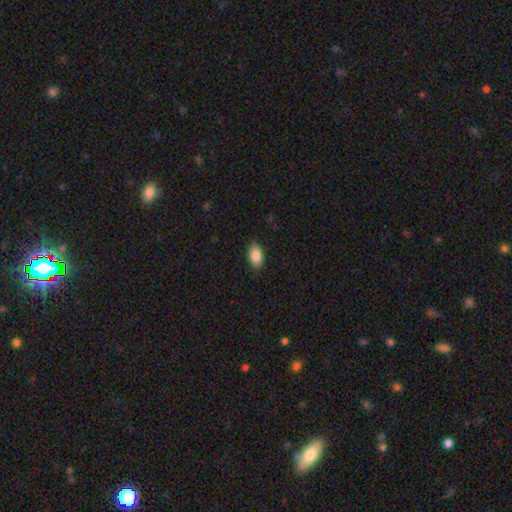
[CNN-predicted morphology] Smooth or featured? Predicted: smooth (p=0.85). How rounded? Predicted: in between (p=0.91). Merging? Predicted: none (p=0.86).